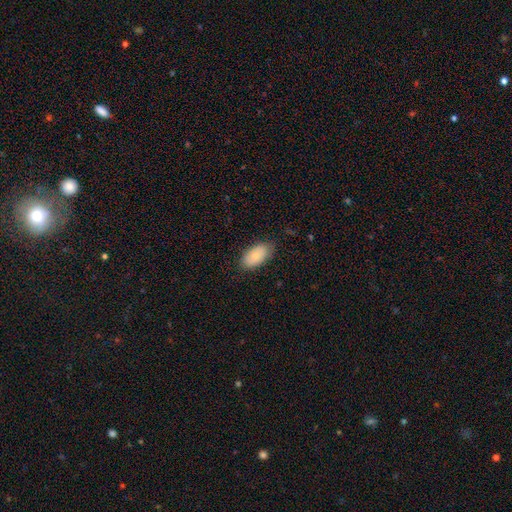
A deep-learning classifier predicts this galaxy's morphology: This is likely a smooth galaxy (79%). How rounded: clearly in between (94%). Merging: likely none (80%).